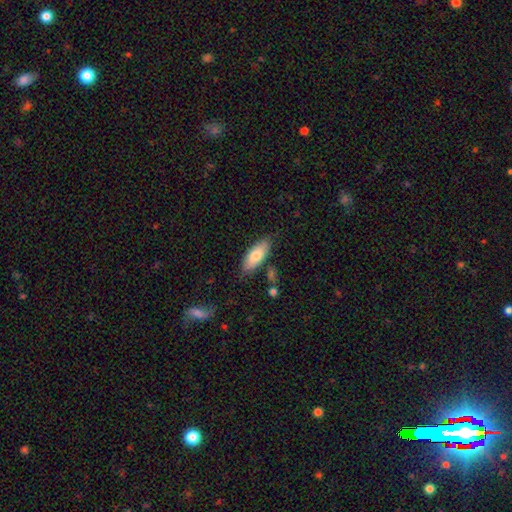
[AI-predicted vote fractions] This appears to be a smooth galaxy with no disk features (75%) that is in between round and cigar-shaped (77%). Merging: none (78%).